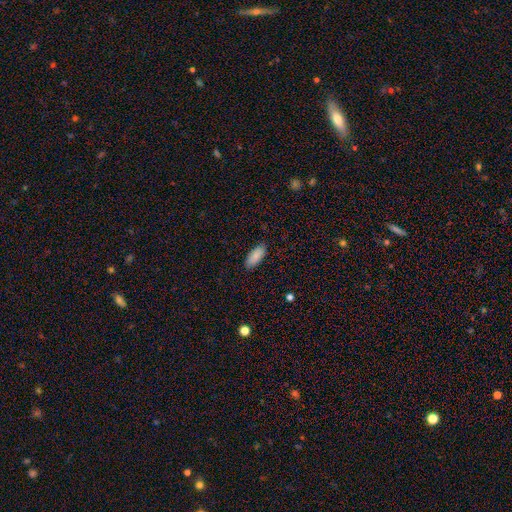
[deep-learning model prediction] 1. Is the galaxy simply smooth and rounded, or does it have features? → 88% smooth, 6% star or artifact, 6% featured or disk.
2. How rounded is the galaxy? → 87% in between, 12% cigar-shaped, 2% round.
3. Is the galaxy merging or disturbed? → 87% none, 10% minor disturbance, 2% major disturbance, 1% merger.